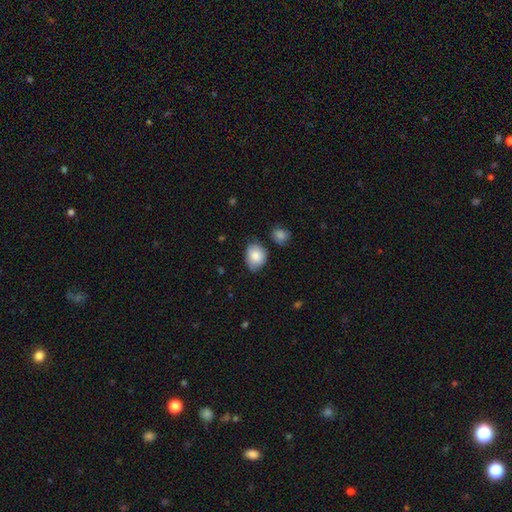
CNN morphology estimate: Smooth or featured?
  - smooth: 83% *
  - featured or disk: 10%
  - star or artifact: 8%
How rounded?
  - in between: 55% *
  - round: 44%
  - cigar-shaped: 1%
Merging?
  - none: 64% *
  - minor disturbance: 27%
  - major disturbance: 5%
  - merger: 4%